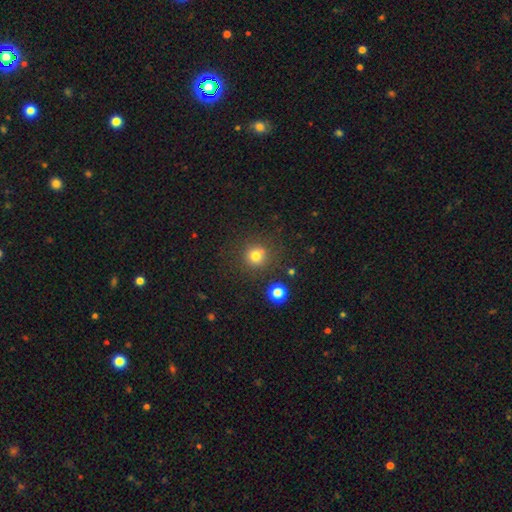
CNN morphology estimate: smooth 78%, star or artifact 16%, featured or disk 7%. Down the decision tree: how rounded — round (92%); merging — none (78%).